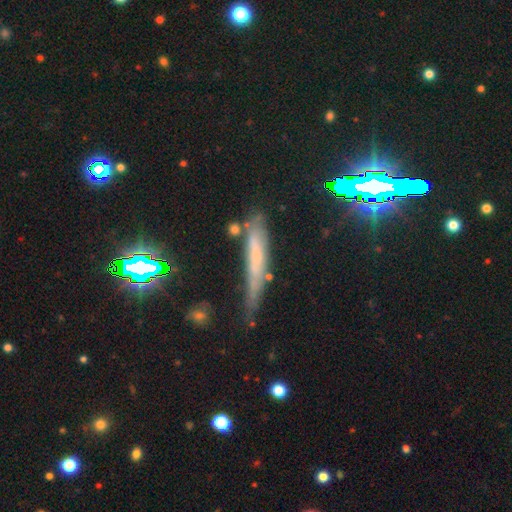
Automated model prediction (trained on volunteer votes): A smooth galaxy with no disk features (44%).

Vote fractions:
- Smooth or featured? smooth: 44% / featured or disk: 38% / star or artifact: 18%
- Merging? none: 53% / minor disturbance: 31% / major disturbance: 10% / merger: 6%